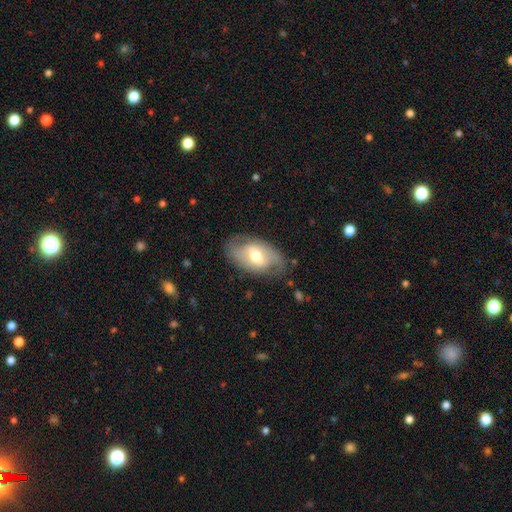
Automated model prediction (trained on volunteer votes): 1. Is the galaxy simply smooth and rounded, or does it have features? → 58% featured or disk, 36% smooth, 6% star or artifact.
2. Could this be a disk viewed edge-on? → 92% no, 8% yes.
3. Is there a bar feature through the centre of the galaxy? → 45% weak, 29% strong, 26% no.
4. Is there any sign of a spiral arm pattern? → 64% yes, 36% no.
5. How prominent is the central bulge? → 67% moderate, 19% small, 11% large, 1% dominant, 1% none.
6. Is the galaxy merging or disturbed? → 74% none, 18% minor disturbance, 7% major disturbance, 1% merger.